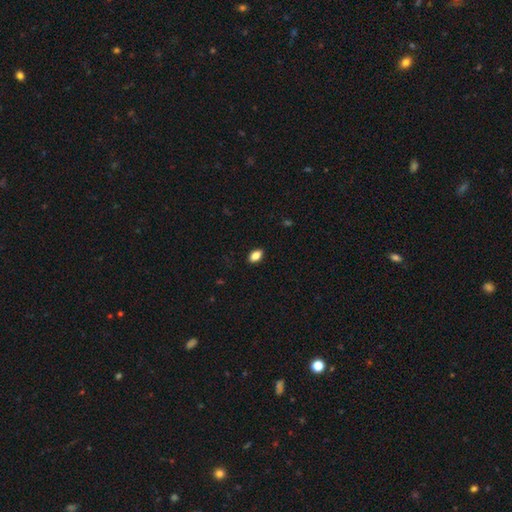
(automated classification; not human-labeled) Smooth or featured? smooth (86%)
How rounded? in between (88%)
Merging? none (89%)